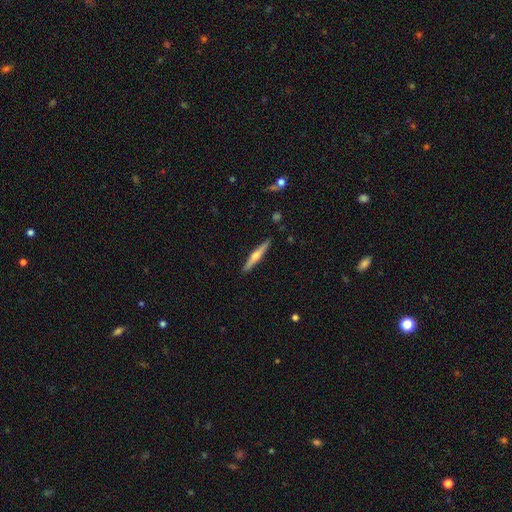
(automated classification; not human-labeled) Q: Smooth or featured?
A: featured or disk (65%); runner-up: smooth (30%)
Q: Edge-on disk?
A: yes (97%); runner-up: no (3%)
Q: Edge-on bulge?
A: rounded (92%); runner-up: none (5%)
Q: Merging?
A: none (91%); runner-up: minor disturbance (6%)